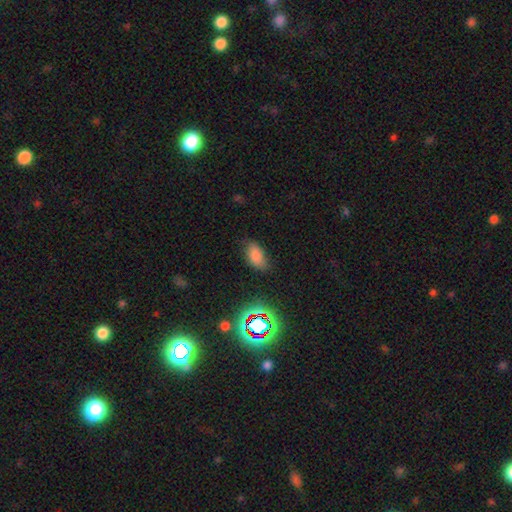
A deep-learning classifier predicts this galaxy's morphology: smooth-or-featured: smooth: 75% | star or artifact: 15% | featured or disk: 9%
  how-rounded: in between: 91% | round: 5% | cigar-shaped: 4%
  merging: none: 70% | minor disturbance: 22% | major disturbance: 6% | merger: 2%